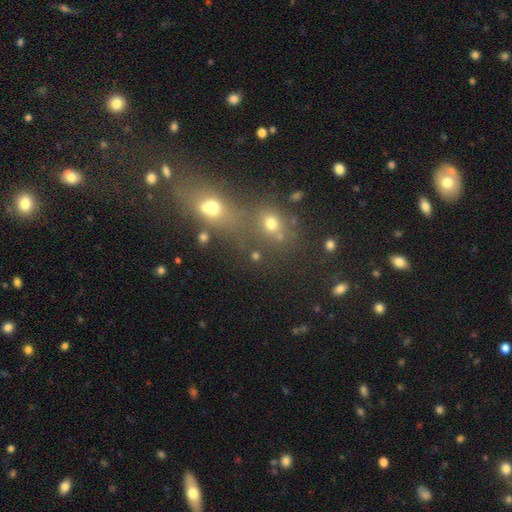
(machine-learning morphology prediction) Q: Smooth or featured?
A: smooth (54%); runner-up: star or artifact (32%)
Q: How rounded?
A: round (64%); runner-up: in between (31%)
Q: Merging?
A: none (43%); runner-up: merger (42%)